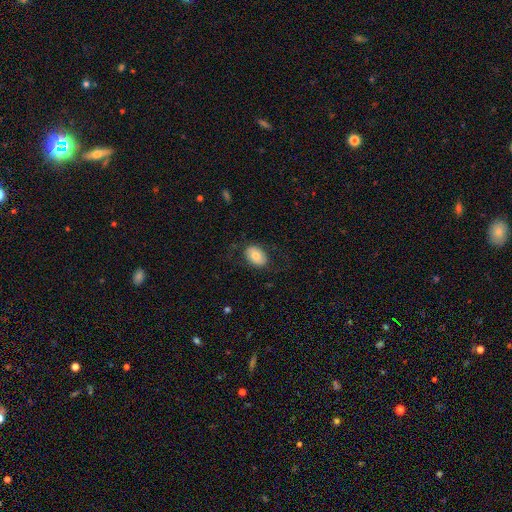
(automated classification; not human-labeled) Q: Smooth or featured?
A: smooth (72%); runner-up: featured or disk (21%)
Q: How rounded?
A: in between (81%); runner-up: round (18%)
Q: Merging?
A: none (77%); runner-up: minor disturbance (14%)